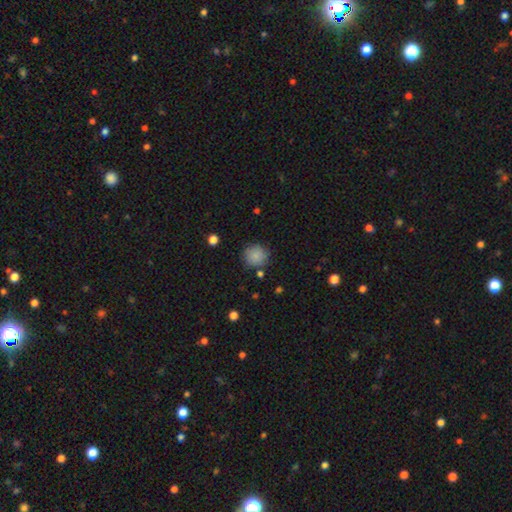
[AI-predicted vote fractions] This is clearly a smooth galaxy (85%). How rounded: clearly round (90%). Merging: clearly none (82%).